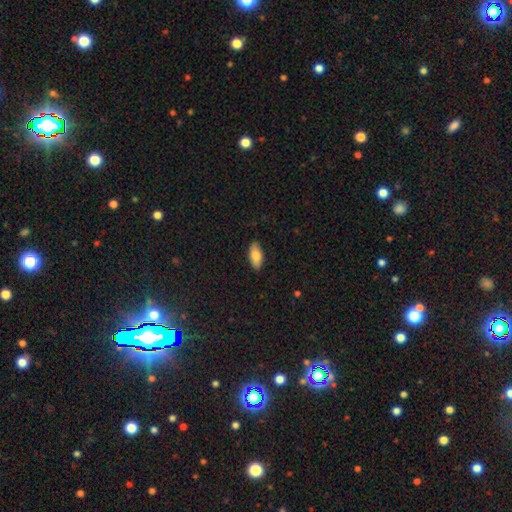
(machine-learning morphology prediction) Smooth or featured? Predicted: smooth (p=0.81). How rounded? Predicted: in between (p=0.89). Merging? Predicted: none (p=0.87).